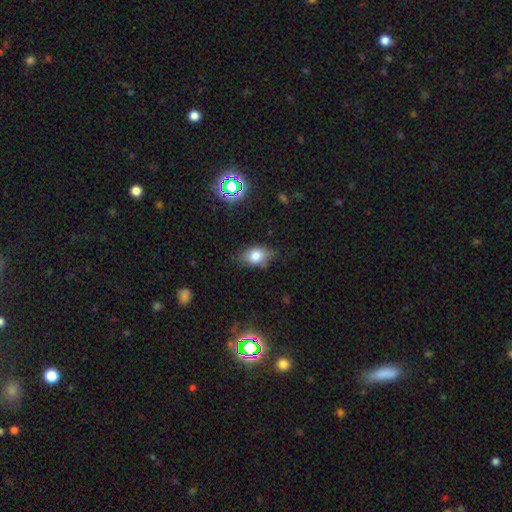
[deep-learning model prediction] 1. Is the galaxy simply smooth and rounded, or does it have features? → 78% smooth, 11% featured or disk, 11% star or artifact.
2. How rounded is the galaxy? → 79% in between, 19% round, 2% cigar-shaped.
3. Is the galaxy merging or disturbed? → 70% none, 23% minor disturbance, 5% major disturbance, 2% merger.